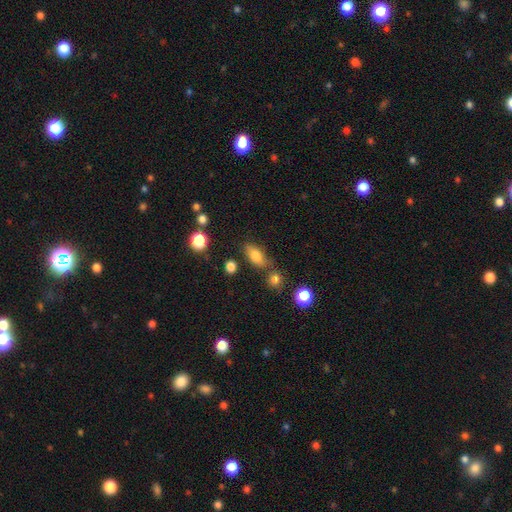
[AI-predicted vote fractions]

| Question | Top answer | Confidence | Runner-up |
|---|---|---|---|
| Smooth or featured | smooth | 77% | featured or disk (13%) |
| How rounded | in between | 81% | cigar-shaped (11%) |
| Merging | none | 68% | minor disturbance (16%) |